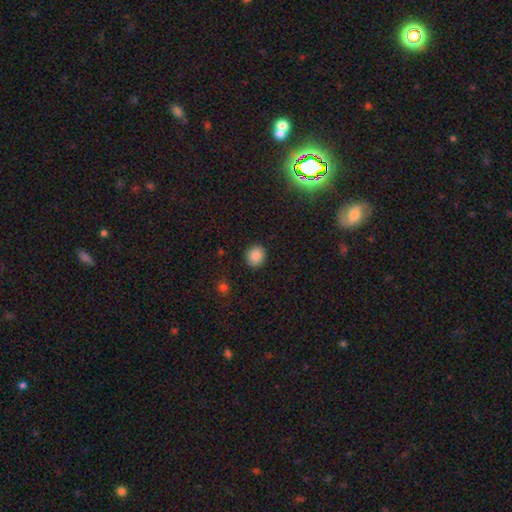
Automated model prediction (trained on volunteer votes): Overall: smooth (87%). How rounded: round (78%). Merging: none (90%).